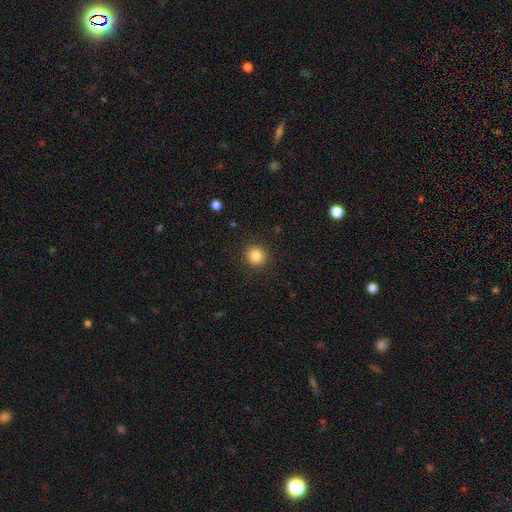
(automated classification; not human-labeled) Q: Smooth or featured?
A: smooth (84%); runner-up: star or artifact (11%)
Q: How rounded?
A: round (91%); runner-up: in between (8%)
Q: Merging?
A: none (91%); runner-up: minor disturbance (6%)